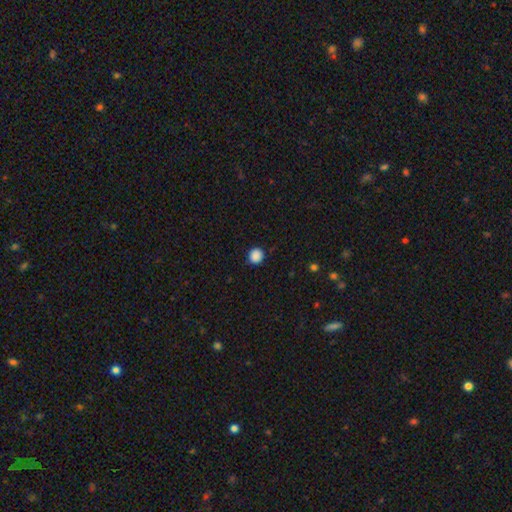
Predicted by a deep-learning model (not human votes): Smooth or featured? smooth (88%)
How rounded? round (88%)
Merging? none (90%)